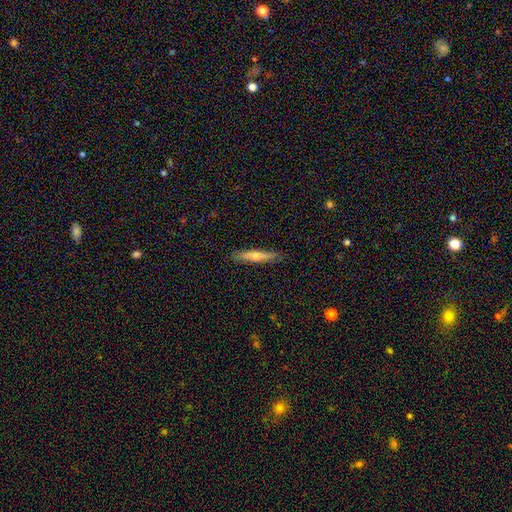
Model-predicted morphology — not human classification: A smooth galaxy with no disk features (52%) that is cigar-shaped (92%). Merging: none (89%).